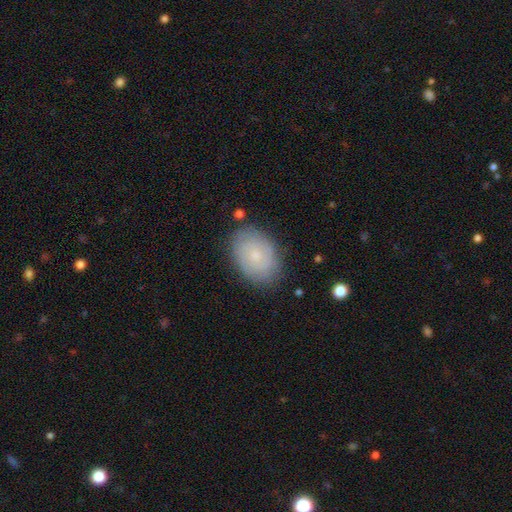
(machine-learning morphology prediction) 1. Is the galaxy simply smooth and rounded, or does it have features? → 50% smooth, 42% featured or disk, 8% star or artifact.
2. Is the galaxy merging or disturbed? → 79% none, 15% minor disturbance, 4% major disturbance, 2% merger.